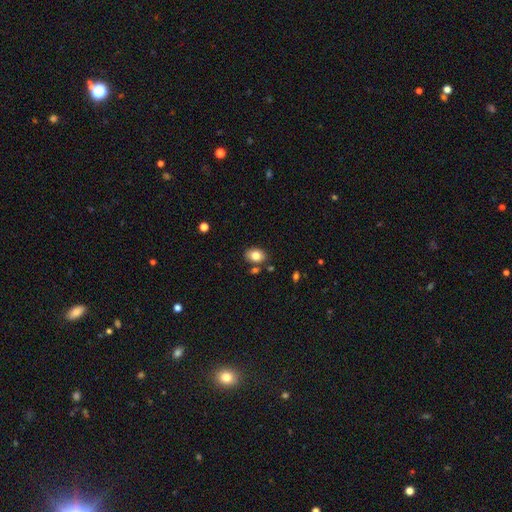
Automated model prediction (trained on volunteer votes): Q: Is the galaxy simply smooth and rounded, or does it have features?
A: smooth — 81%.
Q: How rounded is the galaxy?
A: in between — 72%.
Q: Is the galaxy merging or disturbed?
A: none — 78%.